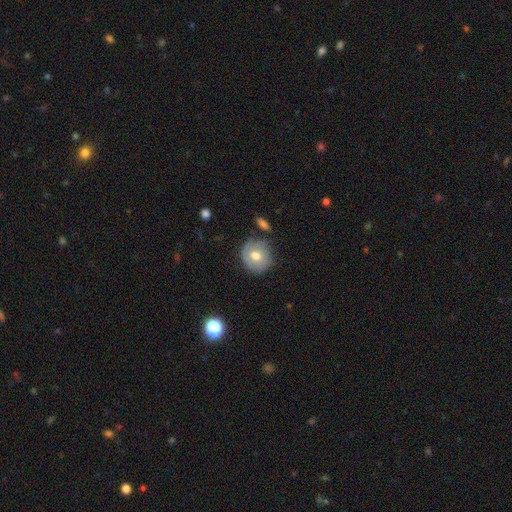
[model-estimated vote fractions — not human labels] smooth-or-featured: smooth: 65% | featured or disk: 28% | star or artifact: 7%
  how-rounded: round: 87% | in between: 12% | cigar-shaped: 1%
  merging: none: 69% | minor disturbance: 21% | major disturbance: 5% | merger: 5%